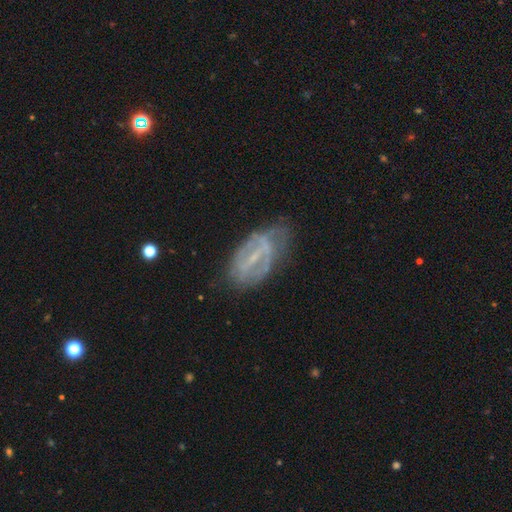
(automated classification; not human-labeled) The model was most divided on "bar": strong: 43%, weak: 38%, no: 19%. More confident: edge-on disk — no (92%); smooth or featured — featured or disk (71%); spiral arms — yes (63%); merging — none (57%); bulge size — small (57%).